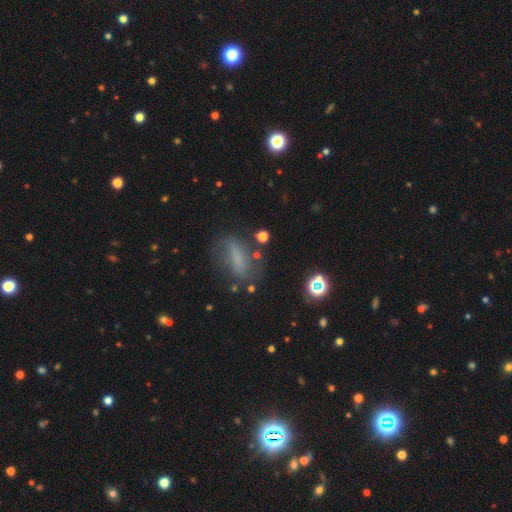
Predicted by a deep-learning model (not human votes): Smooth or featured?
  - smooth: 53% *
  - featured or disk: 30%
  - star or artifact: 17%
How rounded?
  - in between: 60% *
  - cigar-shaped: 32%
  - round: 8%
Merging?
  - none: 61% *
  - minor disturbance: 22%
  - major disturbance: 12%
  - merger: 5%